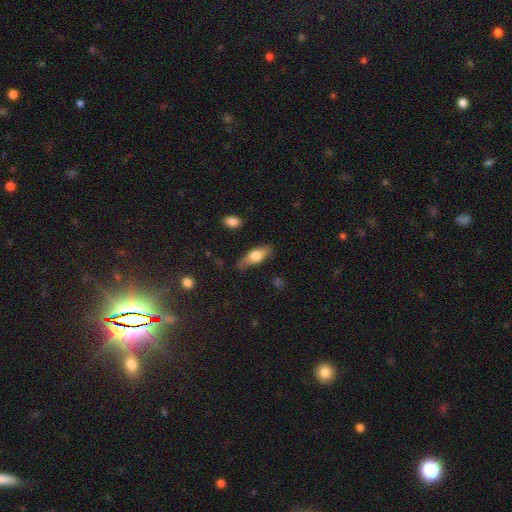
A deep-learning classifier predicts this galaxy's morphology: A smooth galaxy with no disk features (59%) that is in between round and cigar-shaped (63%).

Vote fractions:
- Smooth or featured? smooth: 59% / featured or disk: 35% / star or artifact: 6%
- How rounded? in between: 63% / cigar-shaped: 34% / round: 4%
- Merging? none: 78% / minor disturbance: 17% / major disturbance: 4% / merger: 2%